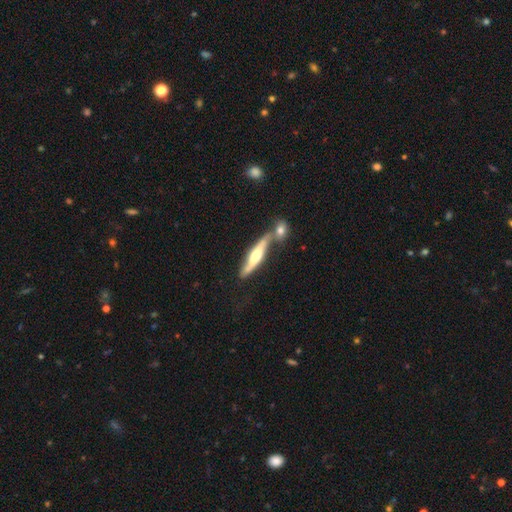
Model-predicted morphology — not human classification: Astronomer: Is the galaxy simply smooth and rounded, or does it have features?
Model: featured or disk — 62%.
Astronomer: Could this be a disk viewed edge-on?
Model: yes — 79%.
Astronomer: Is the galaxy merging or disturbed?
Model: none — 43% (runner-up: merger, 37%).